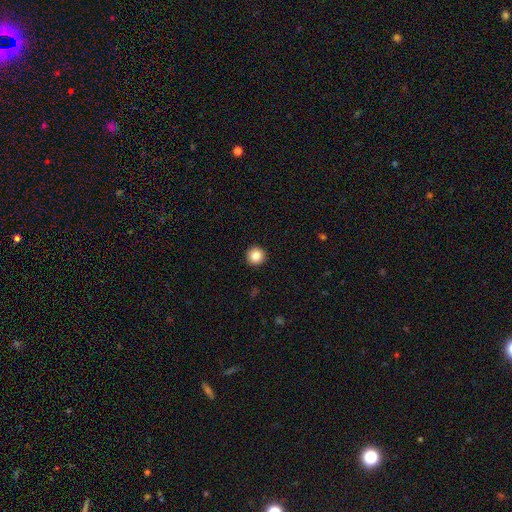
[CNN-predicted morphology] type=smooth (85%); roundness=round (96%); merging=none (94%).